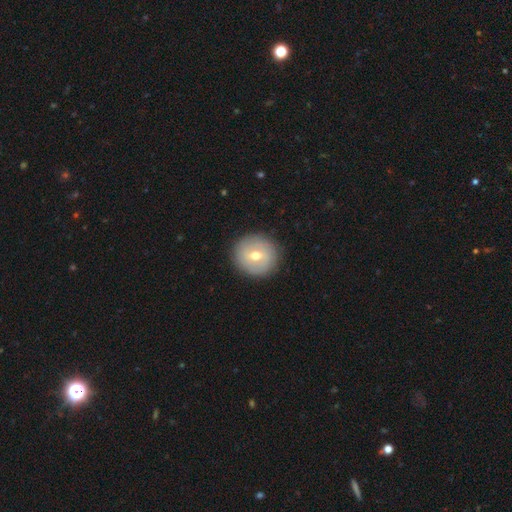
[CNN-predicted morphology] The model was most divided on "smooth or featured": smooth: 50%, featured or disk: 42%, star or artifact: 8%. More confident: merging — none (89%).